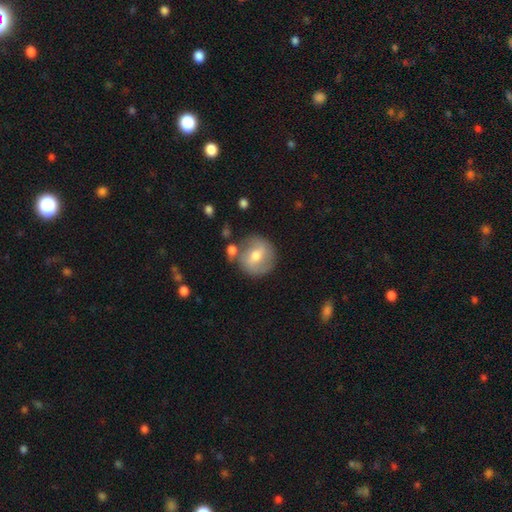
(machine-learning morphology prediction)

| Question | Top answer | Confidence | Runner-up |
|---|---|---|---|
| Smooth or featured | smooth | 47% | featured or disk (45%) |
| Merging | none | 70% | minor disturbance (15%) |